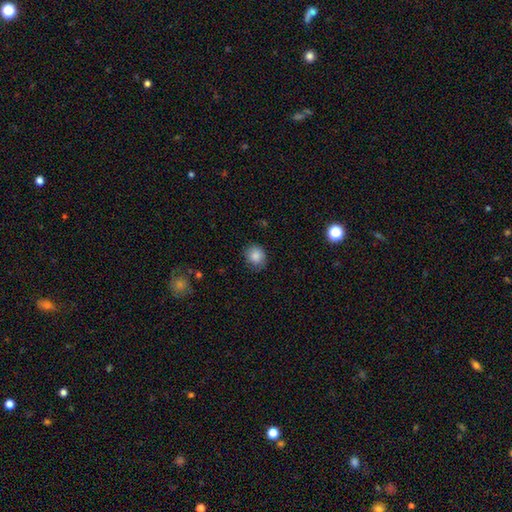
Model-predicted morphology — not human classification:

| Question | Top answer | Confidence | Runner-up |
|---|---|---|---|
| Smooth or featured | smooth | 85% | star or artifact (9%) |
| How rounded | round | 74% | in between (25%) |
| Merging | none | 75% | minor disturbance (20%) |